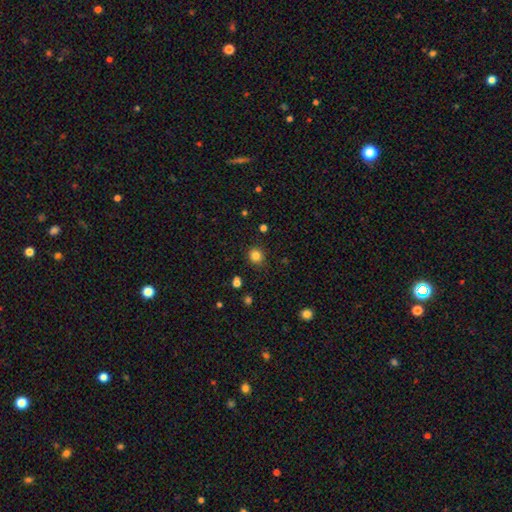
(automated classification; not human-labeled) Smooth or featured: smooth — 84% (star or artifact — 12%)
How rounded: round — 86% (in between — 13%)
Merging: none — 88% (minor disturbance — 8%)